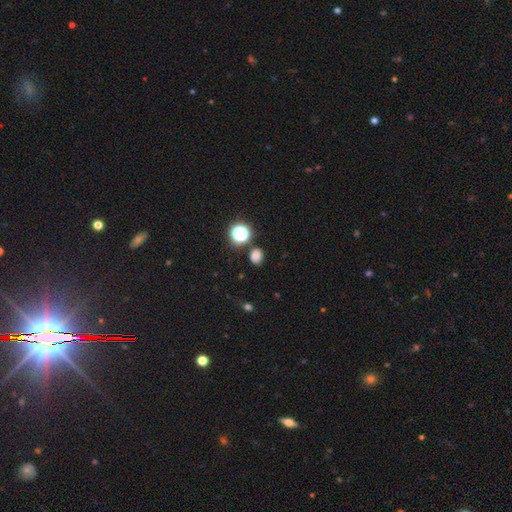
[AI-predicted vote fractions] Q: Smooth or featured?
A: smooth (76%); runner-up: star or artifact (20%)
Q: How rounded?
A: round (60%); runner-up: in between (39%)
Q: Merging?
A: none (82%); runner-up: minor disturbance (11%)